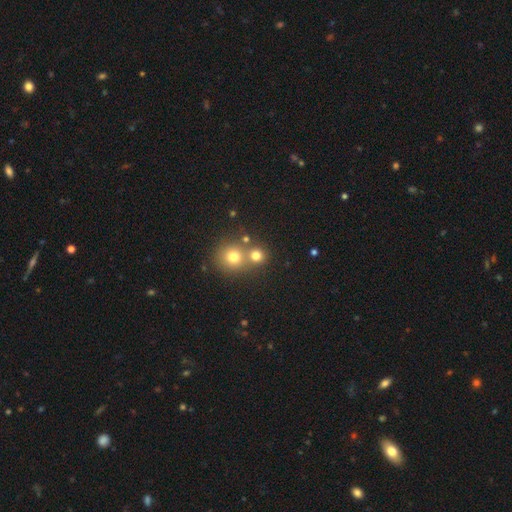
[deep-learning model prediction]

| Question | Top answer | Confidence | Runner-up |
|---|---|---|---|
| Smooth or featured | smooth | 73% | star or artifact (17%) |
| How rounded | round | 87% | in between (12%) |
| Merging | none | 55% | merger (36%) |